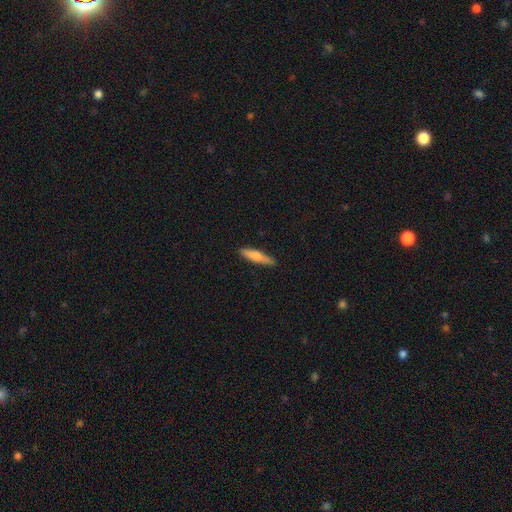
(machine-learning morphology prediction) type=smooth (54%); roundness=cigar-shaped (86%); merging=none (89%).